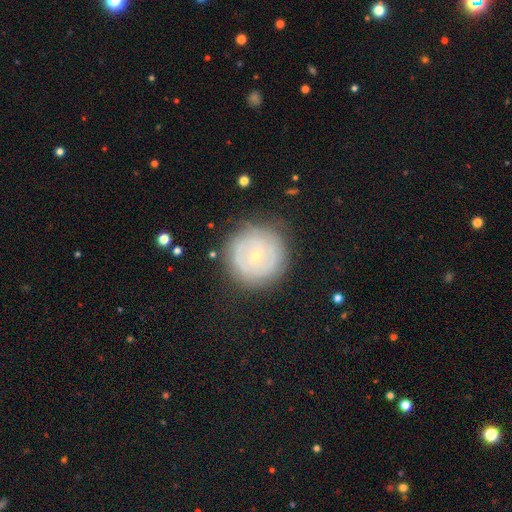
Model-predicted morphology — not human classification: This is possibly a featured or disk galaxy (54%). It is clearly not viewed edge-on (97%). Bar: likely no (75%). Spiral arm pattern: possibly yes (56%). Central bulge: likely small (78%). Merging: likely none (80%).